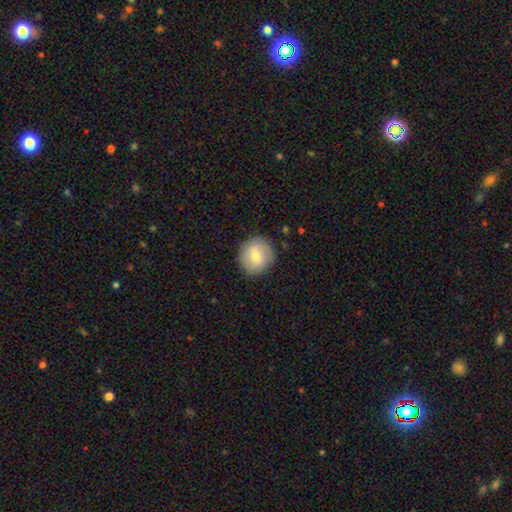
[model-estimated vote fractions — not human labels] Overall: smooth (67%). How rounded: round (89%). Merging: none (88%).